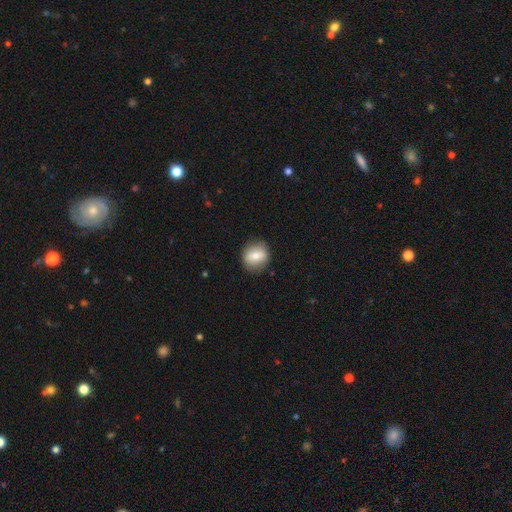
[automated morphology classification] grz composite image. It shows a smooth galaxy with no disk features (71%) that is round (81%). Merging: none (85%).